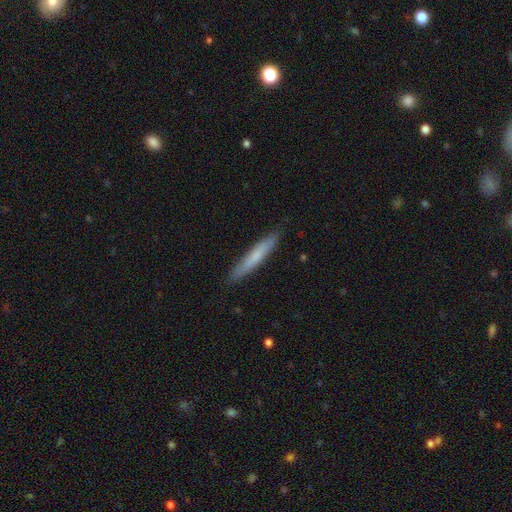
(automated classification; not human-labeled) smooth_or_featured: smooth (p=0.66) [alt: featured or disk p=0.29]
how_rounded: cigar-shaped (p=0.95) [alt: in between p=0.04]
merging: none (p=0.89) [alt: minor disturbance p=0.08]